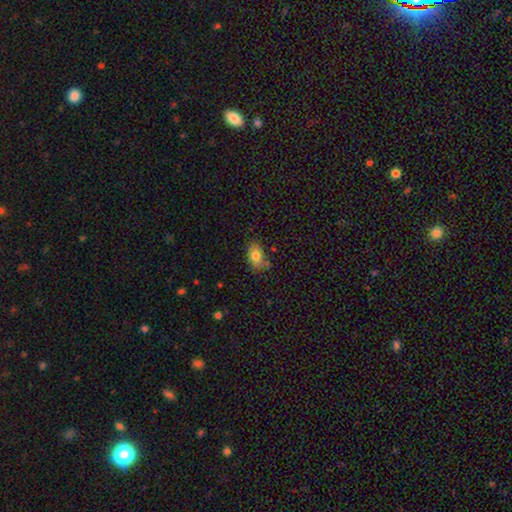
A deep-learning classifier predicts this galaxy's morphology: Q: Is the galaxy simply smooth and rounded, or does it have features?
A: smooth — 80%.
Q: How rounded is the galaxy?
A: in between — 86%.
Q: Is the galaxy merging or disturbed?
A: none — 70%.